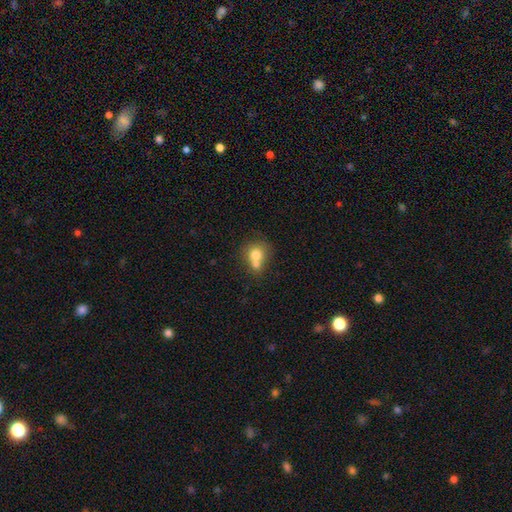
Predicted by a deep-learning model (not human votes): A smooth galaxy with no disk features (73%) that is round (73%).

Vote fractions:
- Smooth or featured? smooth: 73% / featured or disk: 17% / star or artifact: 10%
- How rounded? round: 73% / in between: 26% / cigar-shaped: 1%
- Merging? merger: 60% / none: 29% / minor disturbance: 8% / major disturbance: 4%